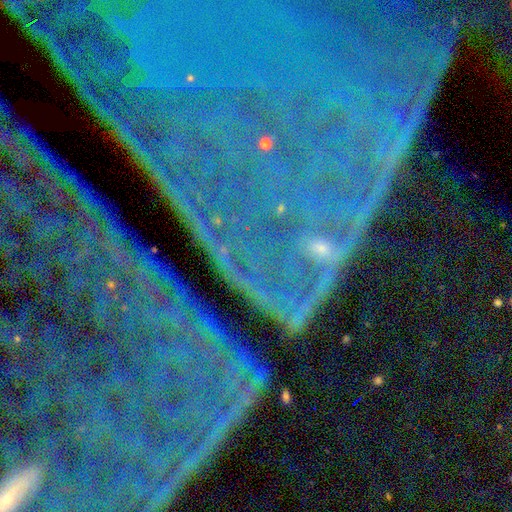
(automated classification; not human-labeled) star or artifact 74%, featured or disk 16%, smooth 10%.